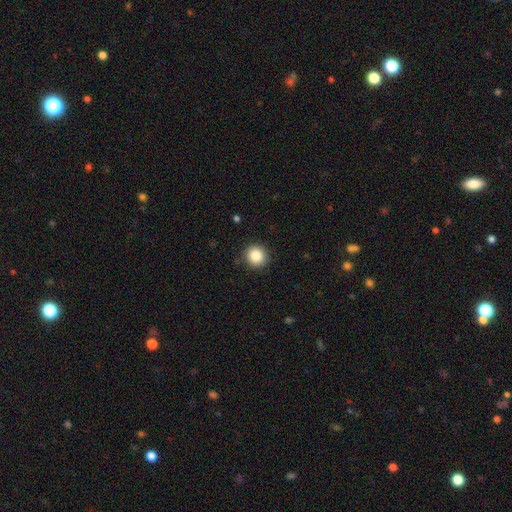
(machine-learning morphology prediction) Smooth or featured: smooth — 86% (star or artifact — 10%)
How rounded: round — 92% (in between — 7%)
Merging: none — 90% (minor disturbance — 7%)